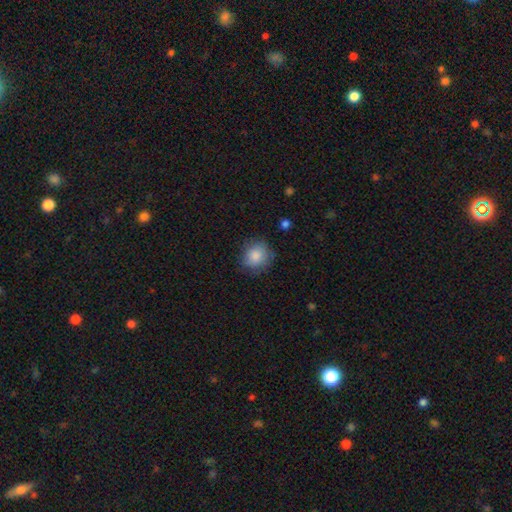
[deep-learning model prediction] Morphology: type=smooth (83%); roundness=round (78%); merging=none (75%).